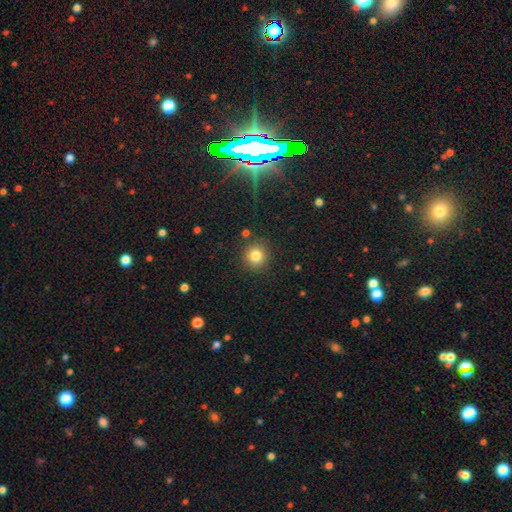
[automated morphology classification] A smooth galaxy with no disk features (81%) that is round (91%).

Vote fractions:
- Smooth or featured? smooth: 81% / star or artifact: 13% / featured or disk: 7%
- How rounded? round: 91% / in between: 8% / cigar-shaped: 1%
- Merging? none: 87% / minor disturbance: 8% / major disturbance: 3% / merger: 3%